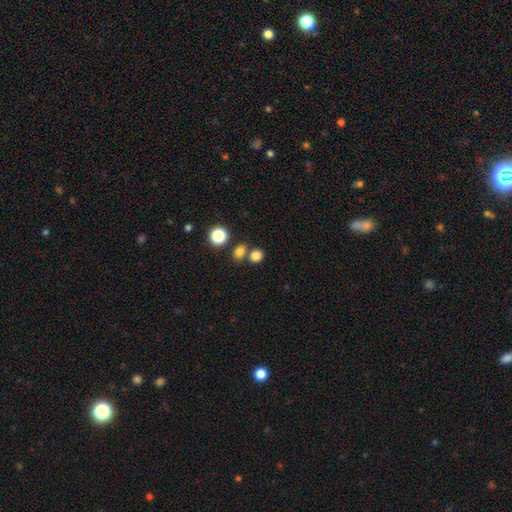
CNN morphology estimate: The model was most divided on "how rounded": round: 67%, in between: 32%, cigar-shaped: 1%. More confident: smooth or featured — smooth (82%); merging — none (64%).